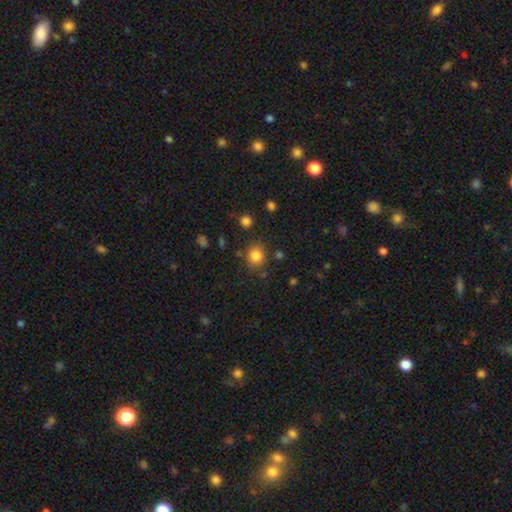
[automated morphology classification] Overall: smooth (83%). How rounded: round (79%). Merging: none (79%).